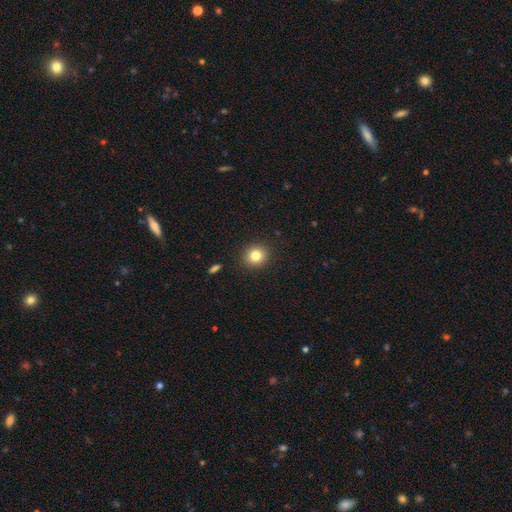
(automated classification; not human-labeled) This appears to be a smooth galaxy with no disk features (82%) that is round (86%). Merging: none (91%).